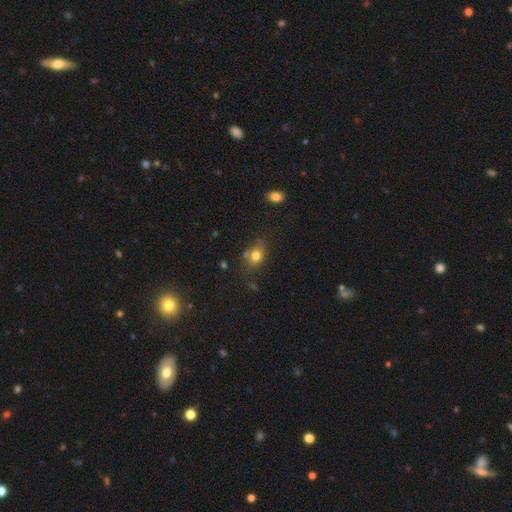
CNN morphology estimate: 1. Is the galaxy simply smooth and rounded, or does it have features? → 76% smooth, 12% star or artifact, 12% featured or disk.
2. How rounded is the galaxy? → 62% in between, 36% round, 2% cigar-shaped.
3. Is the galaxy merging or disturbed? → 66% none, 19% minor disturbance, 9% merger, 5% major disturbance.